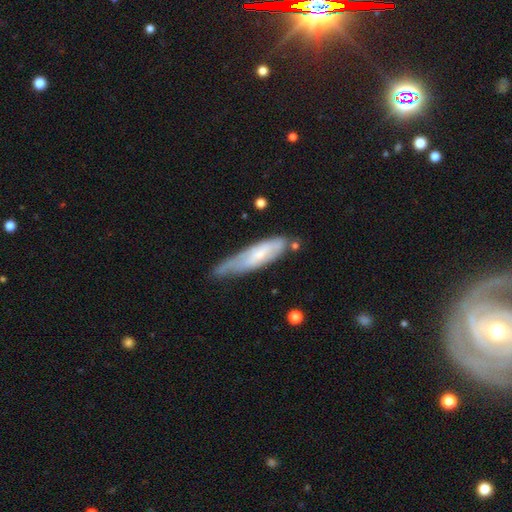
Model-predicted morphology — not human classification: Smooth or featured: featured or disk — 49% (smooth — 43%)
Merging: none — 50% (minor disturbance — 36%)